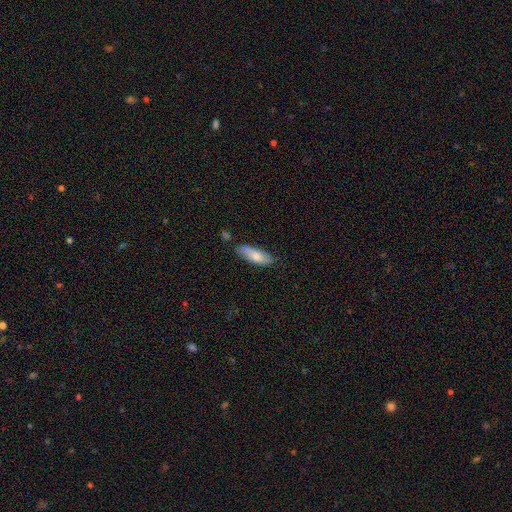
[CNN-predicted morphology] Q: Smooth or featured?
A: smooth (74%); runner-up: featured or disk (20%)
Q: How rounded?
A: in between (66%); runner-up: cigar-shaped (32%)
Q: Merging?
A: none (70%); runner-up: minor disturbance (22%)